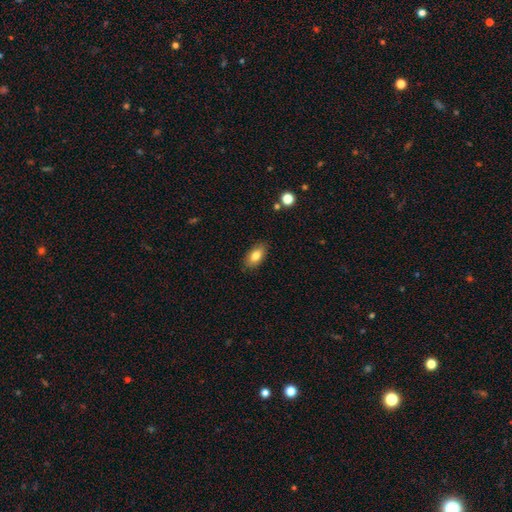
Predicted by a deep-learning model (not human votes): Smooth or featured?
  - smooth: 81% *
  - featured or disk: 12%
  - star or artifact: 8%
How rounded?
  - in between: 90% *
  - round: 5%
  - cigar-shaped: 5%
Merging?
  - none: 87% *
  - minor disturbance: 10%
  - major disturbance: 2%
  - merger: 1%